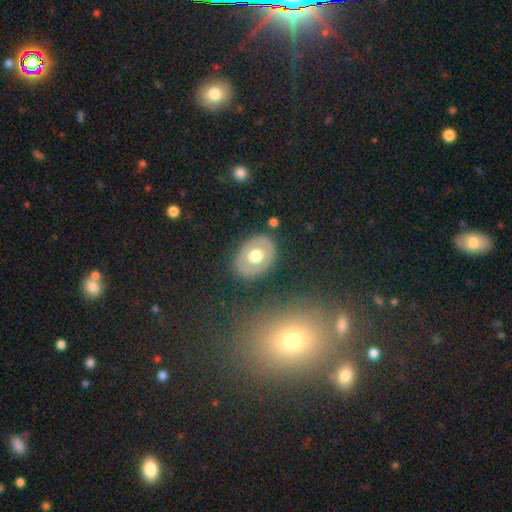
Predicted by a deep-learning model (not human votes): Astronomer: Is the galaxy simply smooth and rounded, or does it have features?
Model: featured or disk — 47% (runner-up: smooth, 46%).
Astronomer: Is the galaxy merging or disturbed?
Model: none — 83%.